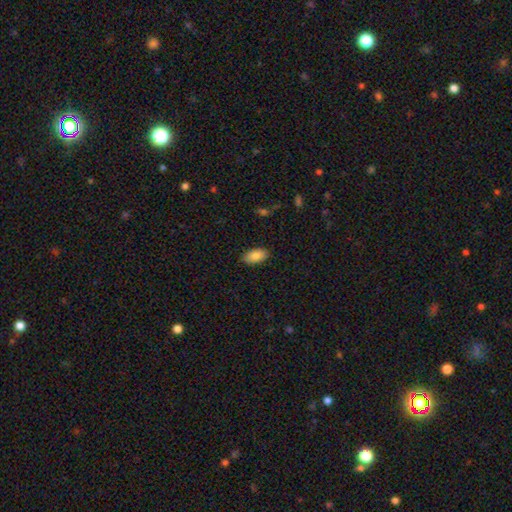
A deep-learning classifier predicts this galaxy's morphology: A smooth galaxy with no disk features (85%) that is in between round and cigar-shaped (94%).

Vote fractions:
- Smooth or featured? smooth: 85% / featured or disk: 8% / star or artifact: 7%
- How rounded? in between: 94% / round: 3% / cigar-shaped: 3%
- Merging? none: 86% / minor disturbance: 11% / major disturbance: 2% / merger: 1%